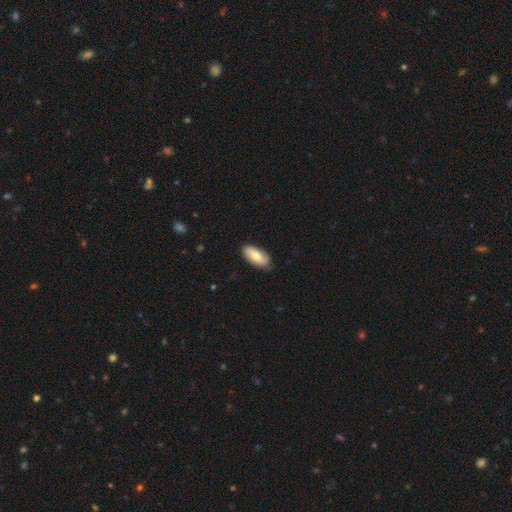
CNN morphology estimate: This is likely a smooth galaxy (68%). How rounded: clearly in between (88%). Merging: clearly none (81%).